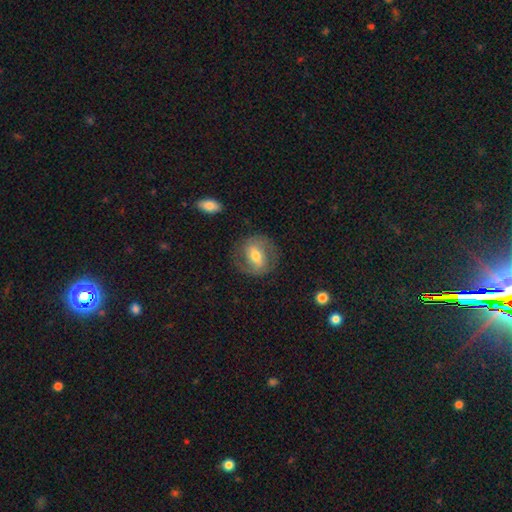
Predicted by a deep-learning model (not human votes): Q: Smooth or featured?
A: featured or disk (61%); runner-up: smooth (32%)
Q: Edge-on disk?
A: no (95%); runner-up: yes (5%)
Q: Bar?
A: weak (42%); runner-up: strong (37%)
Q: Spiral arms?
A: yes (72%); runner-up: no (28%)
Q: Bulge size?
A: moderate (67%); runner-up: small (22%)
Q: Merging?
A: none (77%); runner-up: minor disturbance (14%)